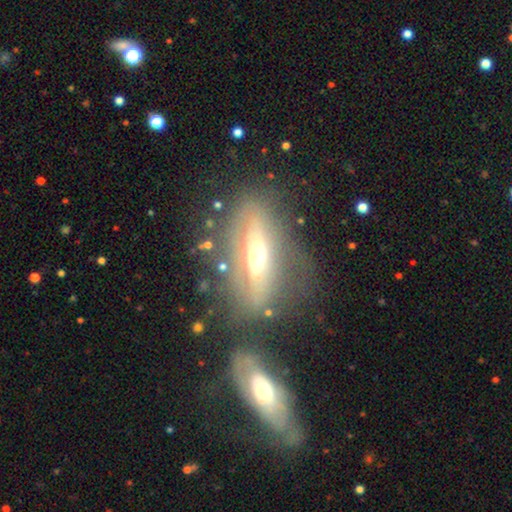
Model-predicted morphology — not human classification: The model was most divided on "edge-on disk": yes: 52%, no: 48%. More confident: smooth or featured — featured or disk (66%); merging — none (52%).